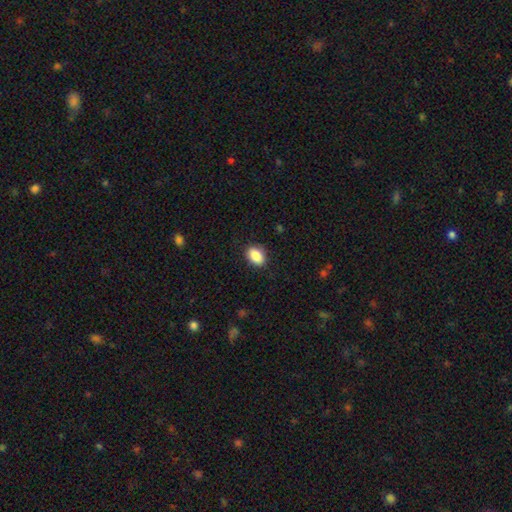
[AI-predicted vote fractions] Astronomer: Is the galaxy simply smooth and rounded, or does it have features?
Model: smooth — 88%.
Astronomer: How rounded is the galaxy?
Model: in between — 86%.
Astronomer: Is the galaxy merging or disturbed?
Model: none — 86%.